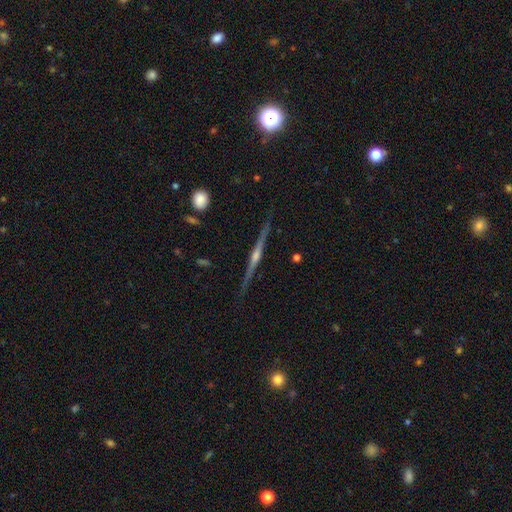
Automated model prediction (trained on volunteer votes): Smooth or featured? featured or disk (87%)
Edge-on disk? yes (99%)
Edge-on bulge? rounded (87%)
Merging? none (90%)